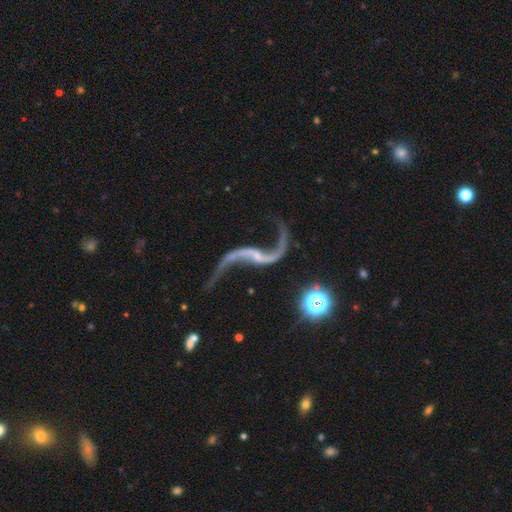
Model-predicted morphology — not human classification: Smooth or featured: featured or disk — 91% (star or artifact — 6%)
Edge-on disk: no — 95% (yes — 5%)
Bar: no — 42% (weak — 37%)
Spiral arms: yes — 96% (no — 4%)
Spiral winding: loose — 96% (medium — 3%)
Spiral arm count: 2 — 94% (1 — 2%)
Bulge size: small — 58% (none — 30%)
Merging: none — 65% (minor disturbance — 15%)